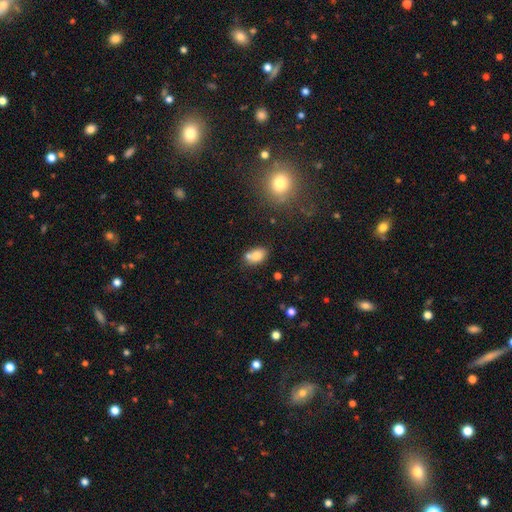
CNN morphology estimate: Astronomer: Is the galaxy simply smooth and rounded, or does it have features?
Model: smooth — 76%.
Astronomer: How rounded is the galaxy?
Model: in between — 78%.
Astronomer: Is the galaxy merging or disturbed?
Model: none — 46% (runner-up: merger, 37%).